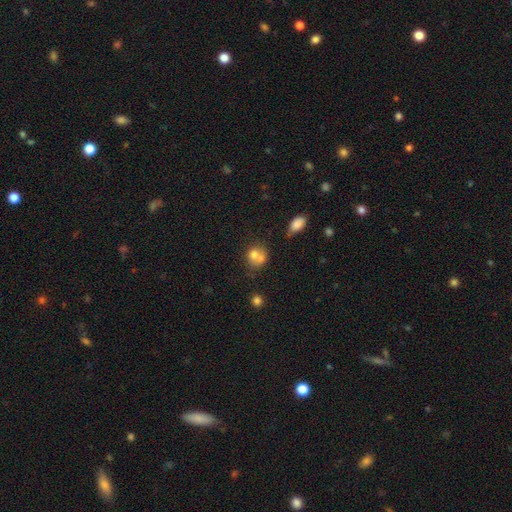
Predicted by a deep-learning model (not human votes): A smooth galaxy with no disk features (70%) that is round (70%).

Vote fractions:
- Smooth or featured? smooth: 70% / featured or disk: 19% / star or artifact: 11%
- How rounded? round: 70% / in between: 29% / cigar-shaped: 1%
- Merging? merger: 54% / none: 32% / minor disturbance: 10% / major disturbance: 4%